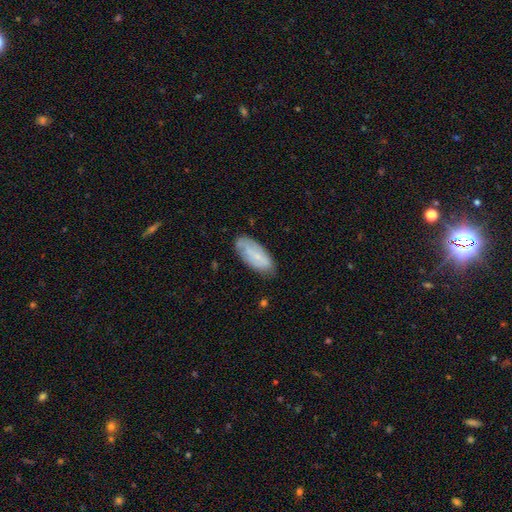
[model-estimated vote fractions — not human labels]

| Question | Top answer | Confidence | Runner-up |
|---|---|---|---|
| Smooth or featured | smooth | 57% | featured or disk (36%) |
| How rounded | in between | 86% | cigar-shaped (12%) |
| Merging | none | 71% | minor disturbance (23%) |